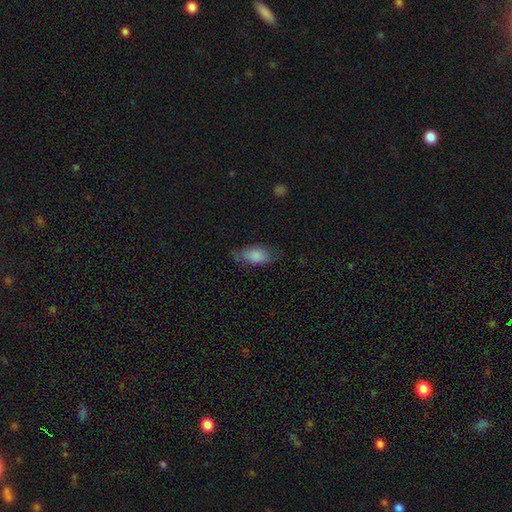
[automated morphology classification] smooth_or_featured: smooth (p=0.81) [alt: featured or disk p=0.12]
how_rounded: in between (p=0.90) [alt: cigar-shaped p=0.05]
merging: none (p=0.60) [alt: minor disturbance p=0.29]